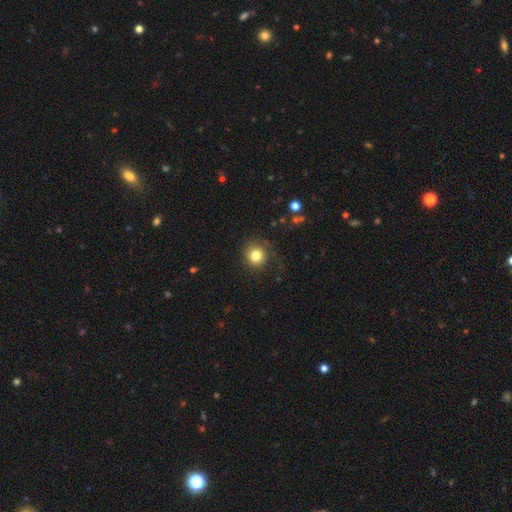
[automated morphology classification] The model was most divided on "merging": none: 80%, minor disturbance: 13%, major disturbance: 6%, merger: 1%. More confident: how rounded — round (89%); smooth or featured — smooth (81%).